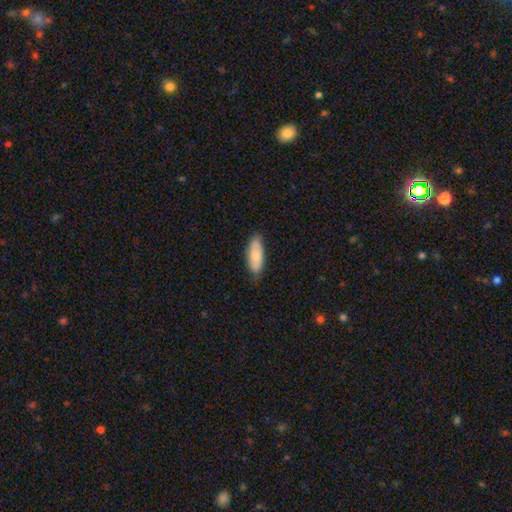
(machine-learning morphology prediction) type=smooth (71%); roundness=in between (82%); merging=none (79%).